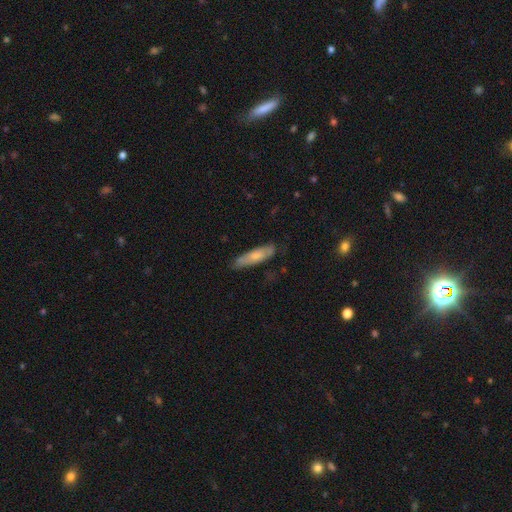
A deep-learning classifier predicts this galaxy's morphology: A smooth galaxy with no disk features (67%) that is cigar-shaped (66%).

Vote fractions:
- Smooth or featured? smooth: 67% / featured or disk: 28% / star or artifact: 6%
- How rounded? cigar-shaped: 66% / in between: 32% / round: 2%
- Merging? none: 74% / minor disturbance: 21% / major disturbance: 4% / merger: 2%